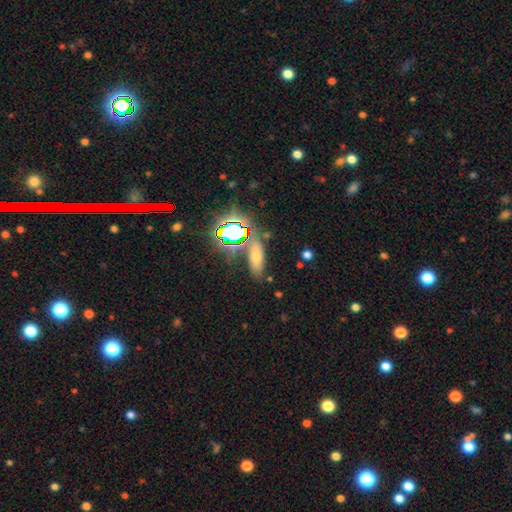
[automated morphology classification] This appears to be a smooth galaxy with no disk features (49%). Merging: none (74%).